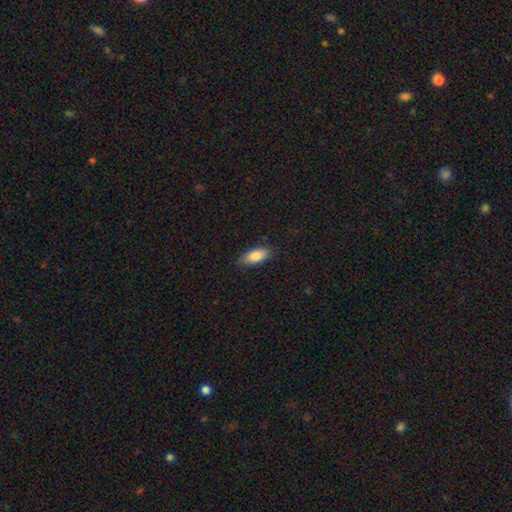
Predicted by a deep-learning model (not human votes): The model was most divided on "how rounded": in between: 81%, cigar-shaped: 17%, round: 2%. More confident: merging — none (85%); smooth or featured — smooth (85%).